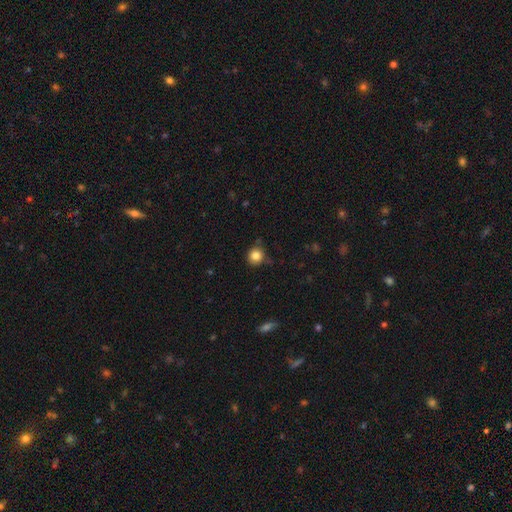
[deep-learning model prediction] Q: Smooth or featured?
A: smooth (83%); runner-up: star or artifact (11%)
Q: How rounded?
A: round (88%); runner-up: in between (11%)
Q: Merging?
A: none (78%); runner-up: minor disturbance (16%)